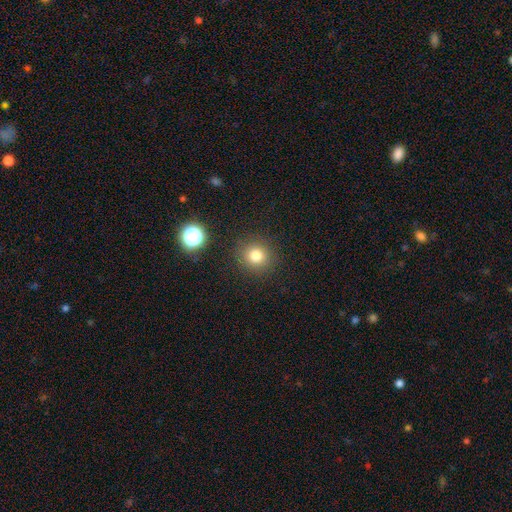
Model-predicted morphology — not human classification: Smooth or featured? smooth (79%)
How rounded? round (91%)
Merging? none (89%)